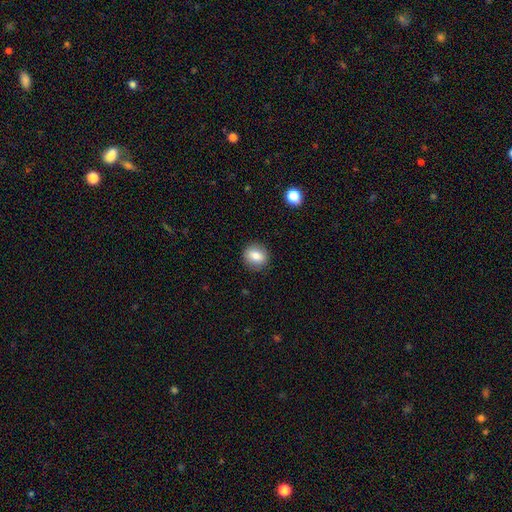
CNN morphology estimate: smooth-or-featured: smooth: 81% | featured or disk: 10% | star or artifact: 9%
  how-rounded: round: 68% | in between: 31% | cigar-shaped: 1%
  merging: none: 87% | minor disturbance: 9% | major disturbance: 3% | merger: 1%